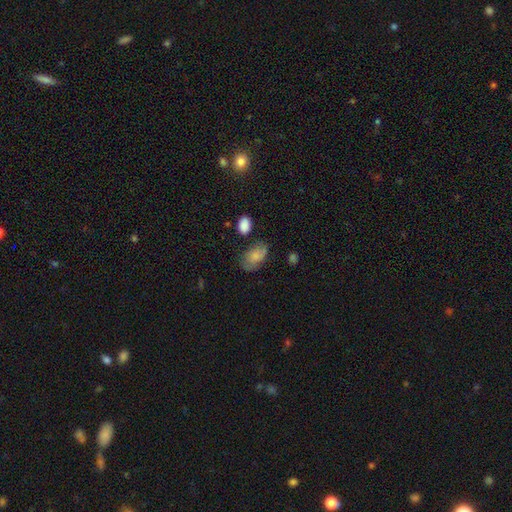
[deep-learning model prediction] The model was most divided on "merging": none: 56%, minor disturbance: 28%, major disturbance: 11%, merger: 5%. More confident: how rounded — in between (91%); smooth or featured — smooth (75%).